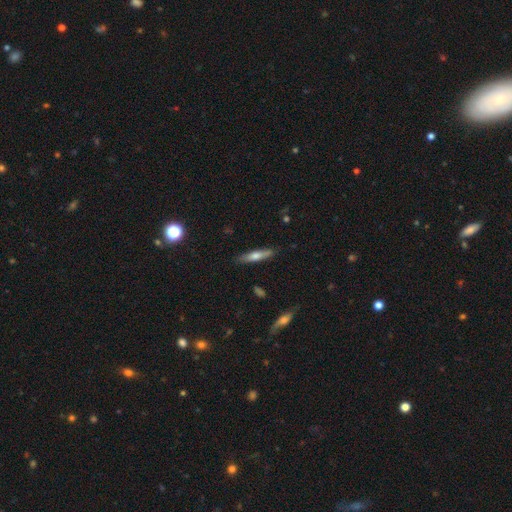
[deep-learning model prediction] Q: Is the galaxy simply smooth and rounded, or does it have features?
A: smooth — 55%.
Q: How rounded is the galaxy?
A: cigar-shaped — 84%.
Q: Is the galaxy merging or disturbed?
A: none — 86%.